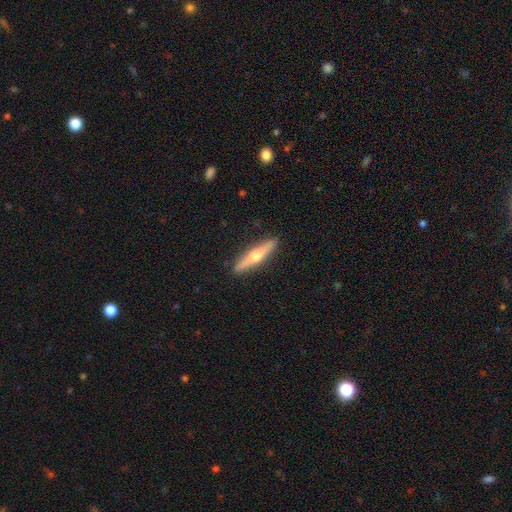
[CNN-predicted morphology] A featured or disk galaxy (61%) viewed edge-on (95%) with a rounded central bulge (94%). Merging: none (91%).